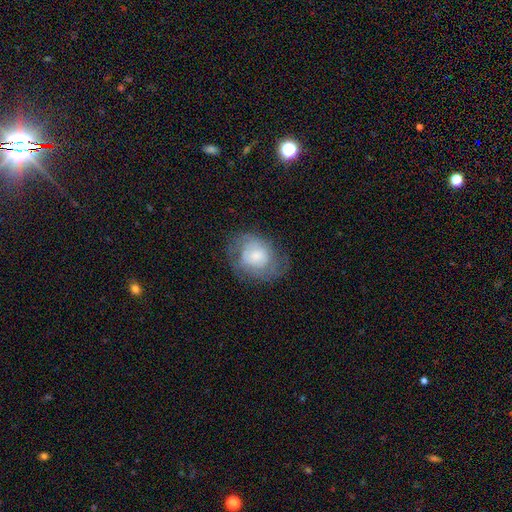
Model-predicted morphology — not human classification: Q: Smooth or featured?
A: featured or disk (52%); runner-up: smooth (40%)
Q: Edge-on disk?
A: no (97%); runner-up: yes (3%)
Q: Bar?
A: no (74%); runner-up: weak (23%)
Q: Spiral arms?
A: yes (69%); runner-up: no (31%)
Q: Bulge size?
A: moderate (38%); runner-up: small (33%)
Q: Merging?
A: none (61%); runner-up: minor disturbance (23%)